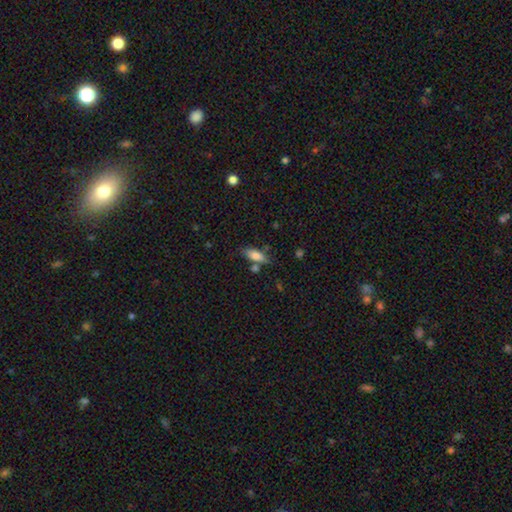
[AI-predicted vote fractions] A smooth galaxy with no disk features (79%) that is in between round and cigar-shaped (74%). Merging: none (67%).